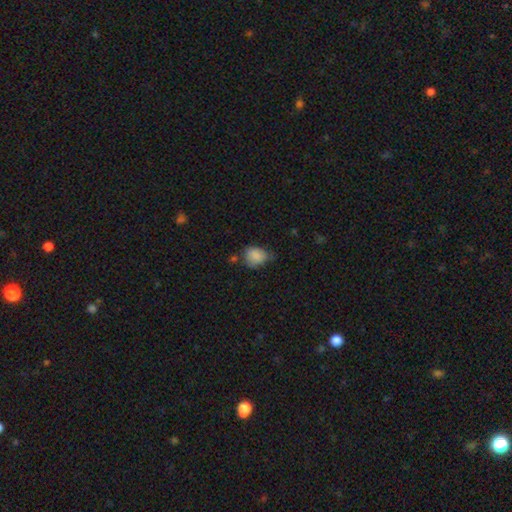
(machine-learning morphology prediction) Smooth or featured: smooth — 84% (star or artifact — 9%)
How rounded: in between — 50% (round — 49%)
Merging: none — 44% (minor disturbance — 41%)